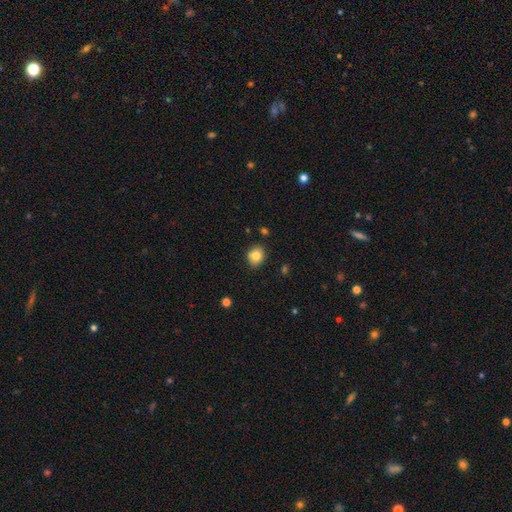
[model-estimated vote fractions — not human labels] Smooth or featured?
  - smooth: 82% *
  - star or artifact: 10%
  - featured or disk: 8%
How rounded?
  - round: 72% *
  - in between: 27%
  - cigar-shaped: 1%
Merging?
  - none: 85% *
  - minor disturbance: 11%
  - merger: 2%
  - major disturbance: 2%